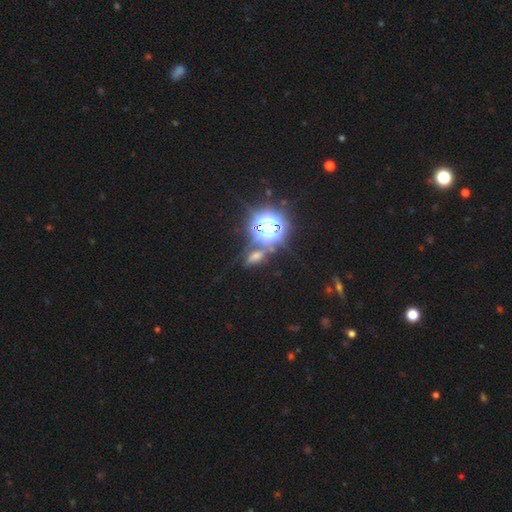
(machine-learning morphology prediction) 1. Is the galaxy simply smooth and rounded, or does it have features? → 51% star or artifact, 35% smooth, 14% featured or disk.